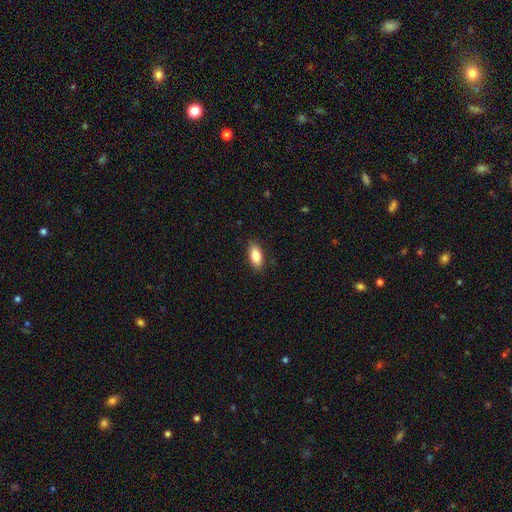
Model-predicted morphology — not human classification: Smooth or featured: smooth — 84% (featured or disk — 10%)
How rounded: in between — 86% (cigar-shaped — 10%)
Merging: none — 85% (minor disturbance — 12%)